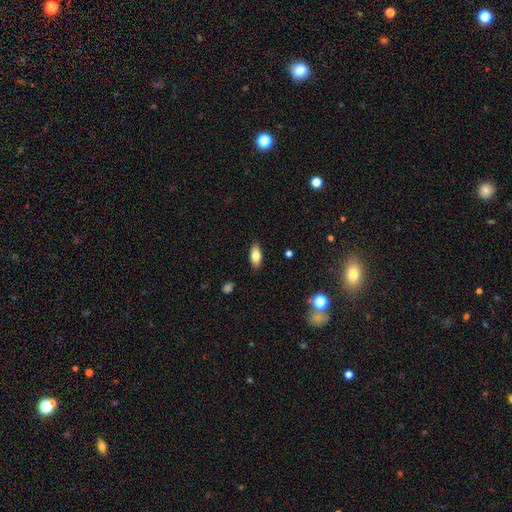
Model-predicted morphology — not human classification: This appears to be a smooth galaxy with no disk features (78%) that is in between round and cigar-shaped (85%). Merging: none (88%).